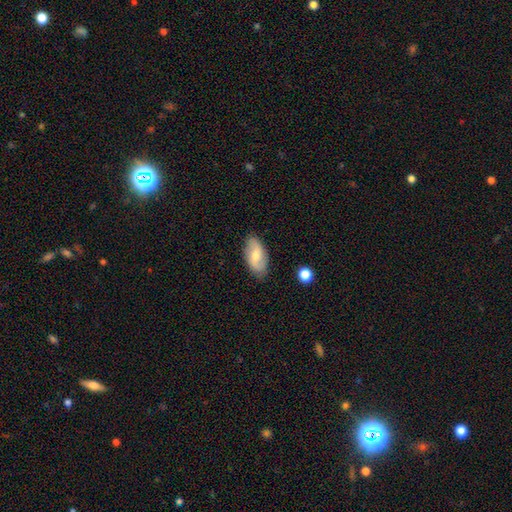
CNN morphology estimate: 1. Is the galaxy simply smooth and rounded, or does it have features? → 47% featured or disk (tied), 47% smooth (tied), 6% star or artifact.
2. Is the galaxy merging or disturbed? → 84% none, 13% minor disturbance, 2% major disturbance, 1% merger.